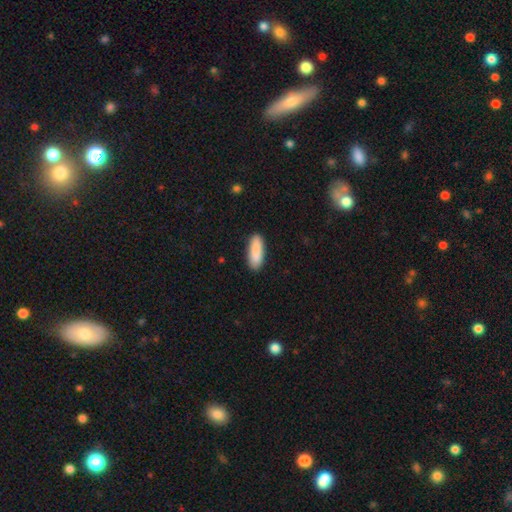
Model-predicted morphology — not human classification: Smooth or featured? Predicted: smooth (p=0.89). How rounded? Predicted: in between (p=0.62). Merging? Predicted: none (p=0.87).